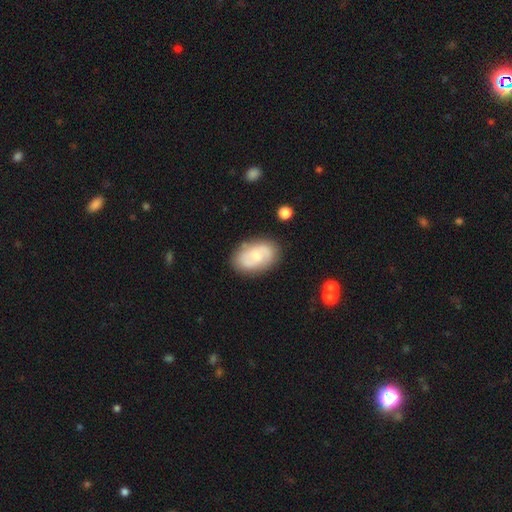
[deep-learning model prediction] smooth_or_featured: featured or disk (p=0.54) [alt: smooth p=0.39]
disk_edge_on: no (p=0.96) [alt: yes p=0.04]
bar: no (p=0.59) [alt: weak p=0.35]
has_spiral_arms: yes (p=0.78) [alt: no p=0.22]
bulge_size: moderate (p=0.45) [alt: small p=0.42]
merging: none (p=0.79) [alt: minor disturbance p=0.14]